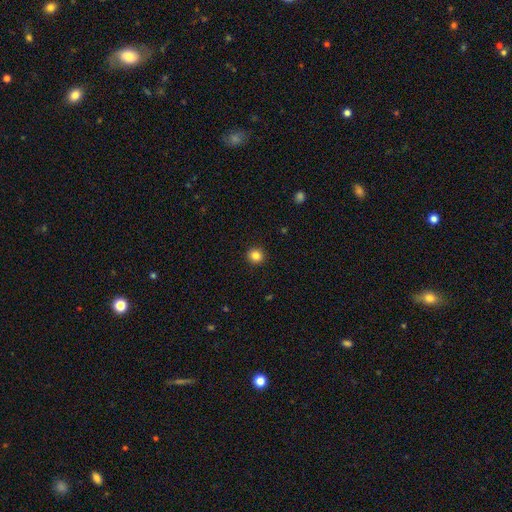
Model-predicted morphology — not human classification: A smooth galaxy with no disk features (84%) that is round (92%). Merging: none (93%).